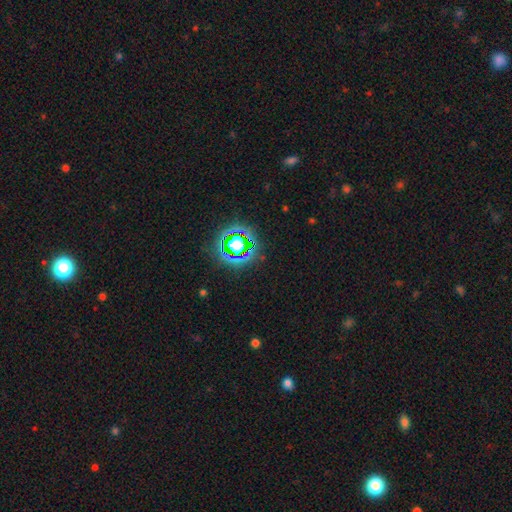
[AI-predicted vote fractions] Overall: star or artifact (79%).